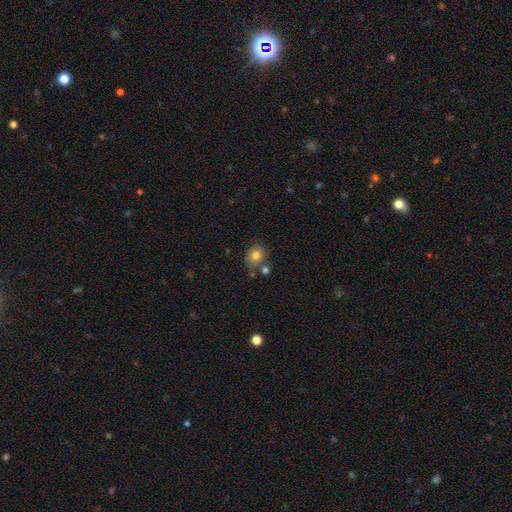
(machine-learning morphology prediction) smooth_or_featured: smooth (p=0.79) [alt: featured or disk p=0.11]
how_rounded: round (p=0.65) [alt: in between p=0.34]
merging: none (p=0.65) [alt: minor disturbance p=0.15]